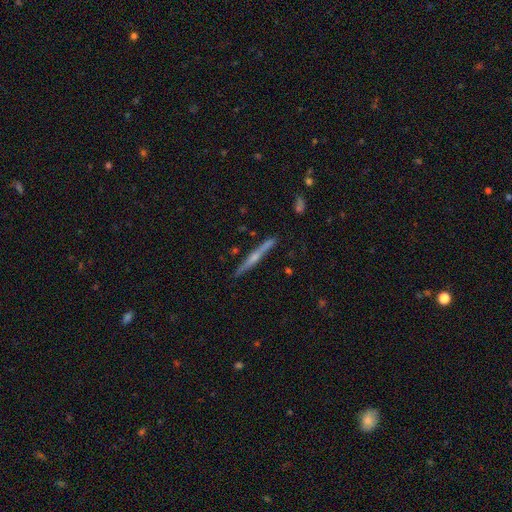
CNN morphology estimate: Q: Smooth or featured?
A: featured or disk (71%); runner-up: smooth (23%)
Q: Edge-on disk?
A: yes (98%); runner-up: no (2%)
Q: Edge-on bulge?
A: rounded (70%); runner-up: none (22%)
Q: Merging?
A: none (89%); runner-up: minor disturbance (8%)